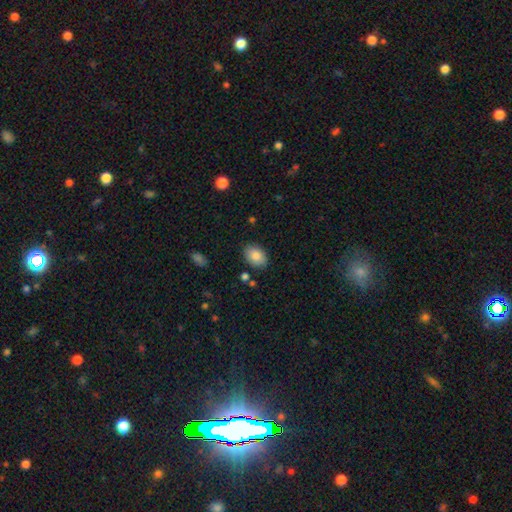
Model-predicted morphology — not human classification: Smooth or featured? Predicted: smooth (p=0.85). How rounded? Predicted: in between (p=0.83). Merging? Predicted: none (p=0.85).